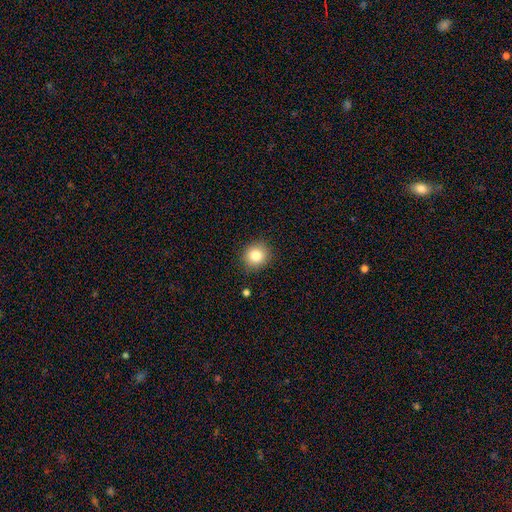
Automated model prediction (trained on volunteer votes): smooth 82%, star or artifact 10%, featured or disk 7%. Down the decision tree: how rounded — round (84%); merging — none (89%).